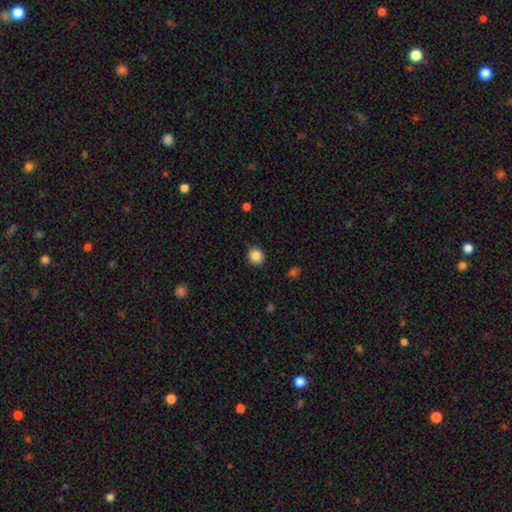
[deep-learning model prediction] A smooth galaxy with no disk features (86%) that is round (85%). Merging: none (90%).